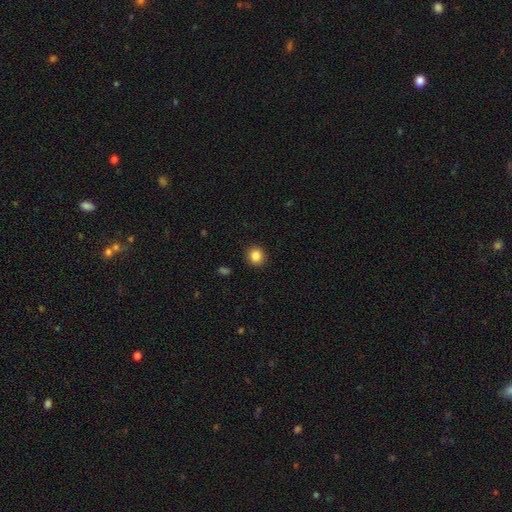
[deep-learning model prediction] A smooth galaxy with no disk features (86%) that is round (86%).

Vote fractions:
- Smooth or featured? smooth: 86% / star or artifact: 10% / featured or disk: 5%
- How rounded? round: 86% / in between: 13% / cigar-shaped: 1%
- Merging? none: 91% / minor disturbance: 6% / major disturbance: 2% / merger: 1%